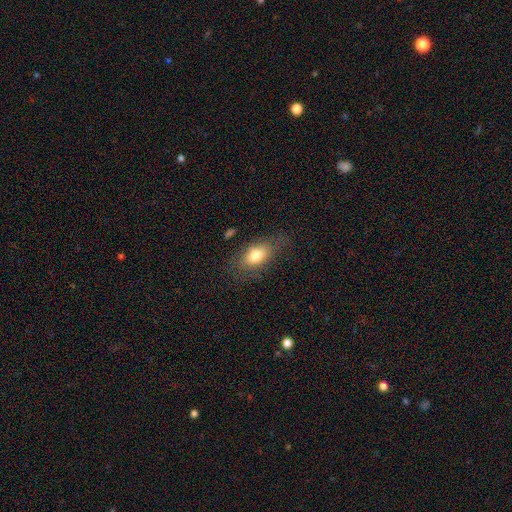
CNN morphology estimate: This is likely a smooth galaxy (76%). How rounded: clearly in between (85%). Merging: likely none (67%).